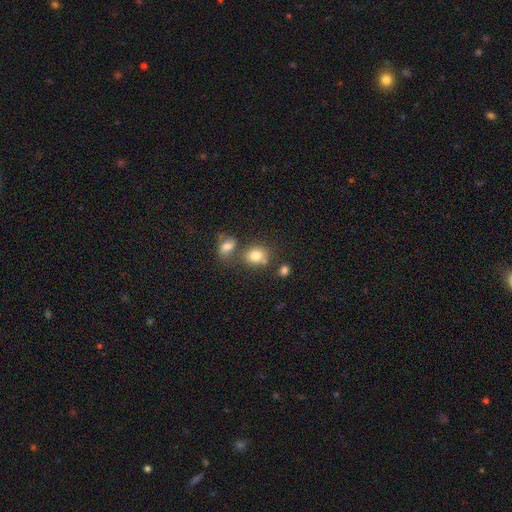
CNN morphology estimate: Smooth or featured?
  - smooth: 79% *
  - star or artifact: 11%
  - featured or disk: 10%
How rounded?
  - round: 56% *
  - in between: 43%
  - cigar-shaped: 1%
Merging?
  - none: 54% *
  - merger: 26%
  - minor disturbance: 14%
  - major disturbance: 5%